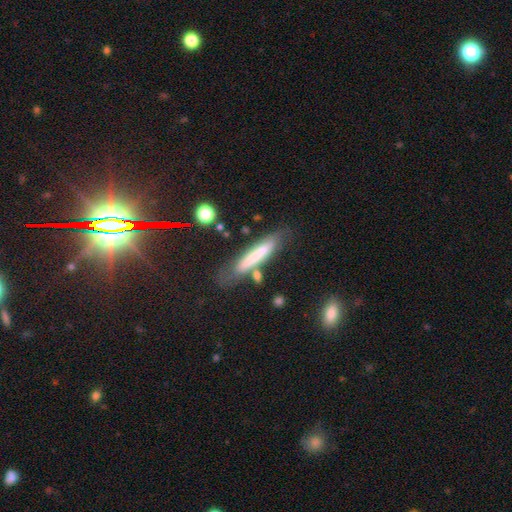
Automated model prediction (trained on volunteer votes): A smooth galaxy with no disk features (64%) that is cigar-shaped (89%). Merging: none (65%).